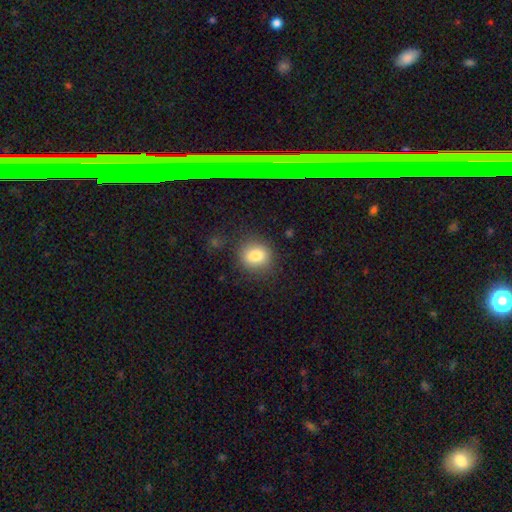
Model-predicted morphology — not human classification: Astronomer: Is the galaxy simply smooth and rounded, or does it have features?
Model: smooth — 80%.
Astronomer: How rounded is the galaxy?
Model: round — 73%.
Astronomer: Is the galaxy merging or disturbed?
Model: none — 83%.